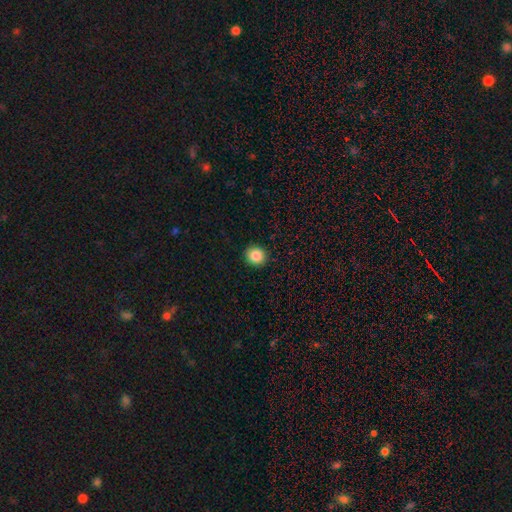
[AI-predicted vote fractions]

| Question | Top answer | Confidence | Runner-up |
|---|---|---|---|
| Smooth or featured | smooth | 86% | star or artifact (9%) |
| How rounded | round | 85% | in between (14%) |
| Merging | none | 93% | minor disturbance (5%) |